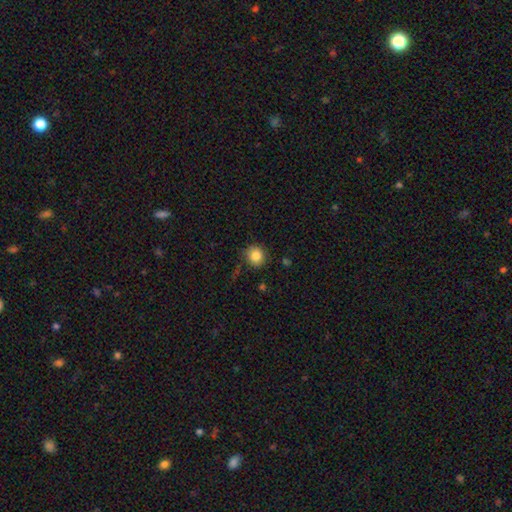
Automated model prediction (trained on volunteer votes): Smooth or featured: smooth — 84% (star or artifact — 10%)
How rounded: round — 90% (in between — 9%)
Merging: none — 85% (minor disturbance — 10%)